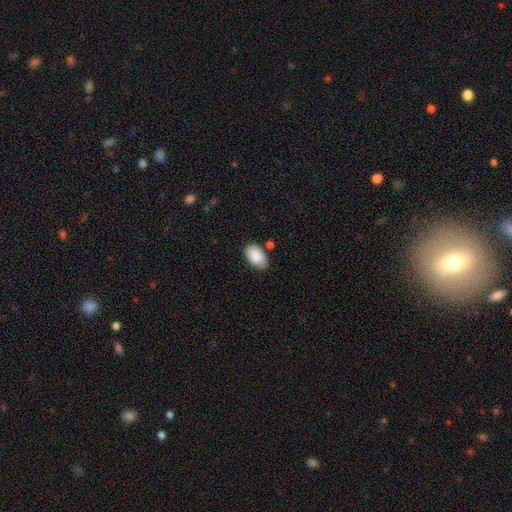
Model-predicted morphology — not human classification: Smooth or featured? smooth (89%)
How rounded? in between (95%)
Merging? none (78%)